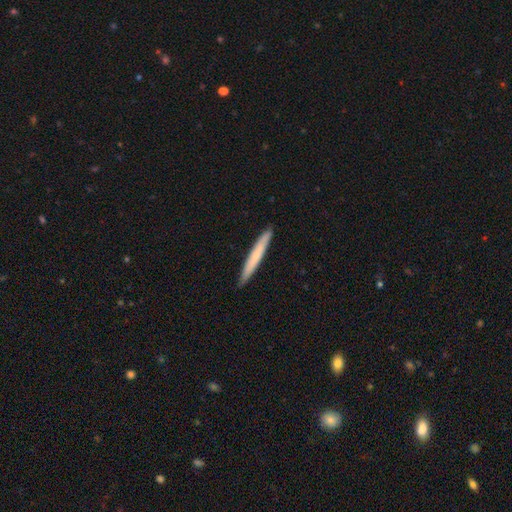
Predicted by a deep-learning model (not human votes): Smooth or featured?
  - smooth: 64% *
  - featured or disk: 31%
  - star or artifact: 5%
How rounded?
  - cigar-shaped: 97% *
  - in between: 2%
  - round: 1%
Merging?
  - none: 92% *
  - minor disturbance: 6%
  - major disturbance: 1%
  - merger: 1%